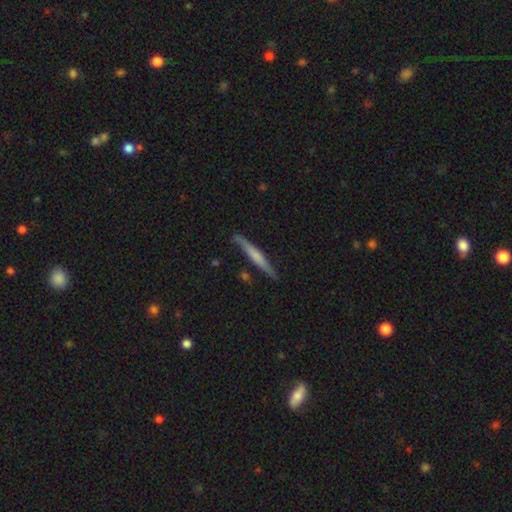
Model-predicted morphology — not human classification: Overall: featured or disk (49%; smooth 46%). Merging: none (82%).